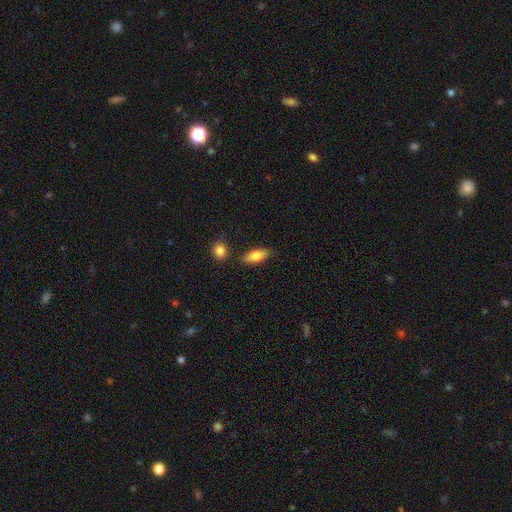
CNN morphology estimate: type=smooth (81%); roundness=in between (80%); merging=none (79%).